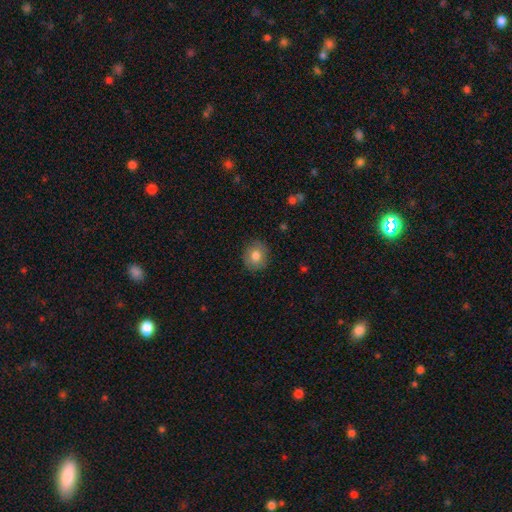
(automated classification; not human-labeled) Overall: smooth (79%). How rounded: round (74%). Merging: none (86%).